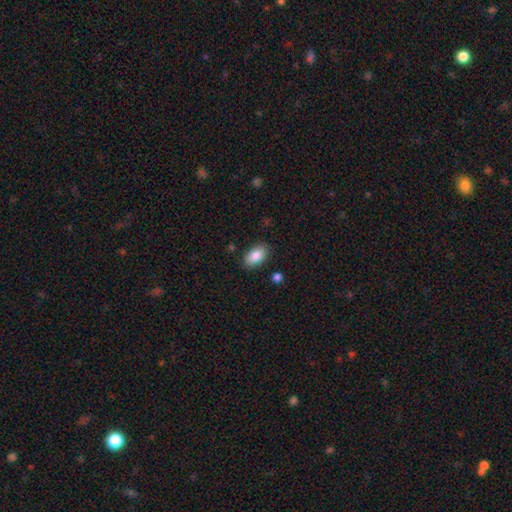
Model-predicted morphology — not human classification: Q: Smooth or featured?
A: smooth (86%); runner-up: featured or disk (8%)
Q: How rounded?
A: in between (92%); runner-up: round (6%)
Q: Merging?
A: none (85%); runner-up: minor disturbance (11%)